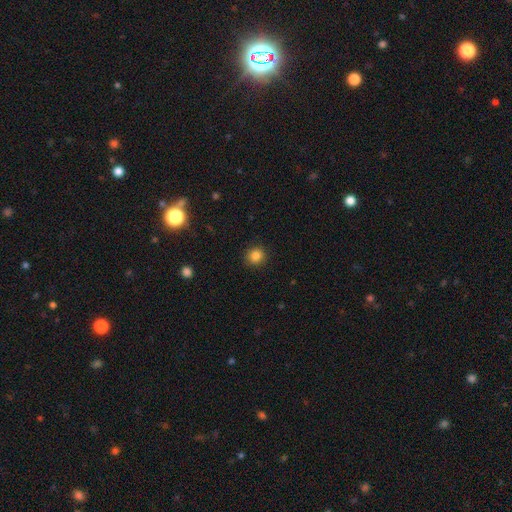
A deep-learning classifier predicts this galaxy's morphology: type=smooth (84%); roundness=round (88%); merging=none (91%).